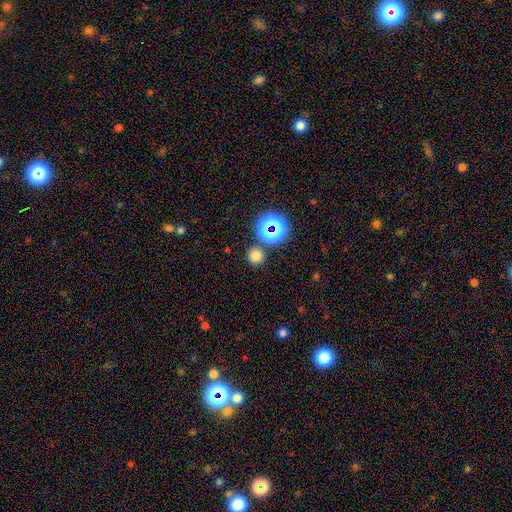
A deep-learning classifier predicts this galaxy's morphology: A smooth galaxy with no disk features (73%) that is round (93%).

Vote fractions:
- Smooth or featured? smooth: 73% / star or artifact: 21% / featured or disk: 6%
- How rounded? round: 93% / in between: 6% / cigar-shaped: 1%
- Merging? none: 83% / merger: 8% / minor disturbance: 7% / major disturbance: 3%